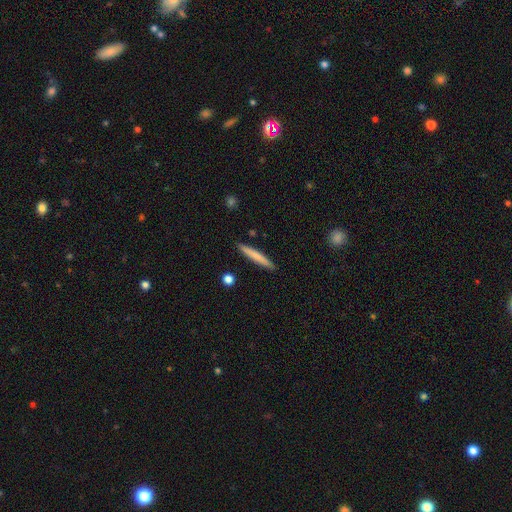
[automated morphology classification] Smooth or featured? Predicted: smooth (p=0.70). How rounded? Predicted: cigar-shaped (p=0.95). Merging? Predicted: none (p=0.91).